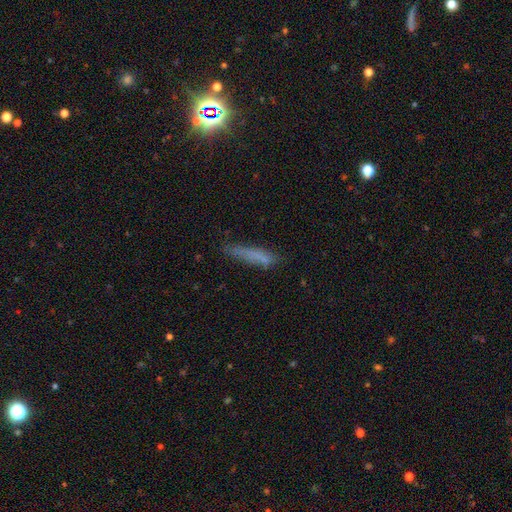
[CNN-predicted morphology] The model was most divided on "merging": none: 66%, minor disturbance: 23%, major disturbance: 8%, merger: 3%. More confident: how rounded — cigar-shaped (88%); smooth or featured — smooth (69%).